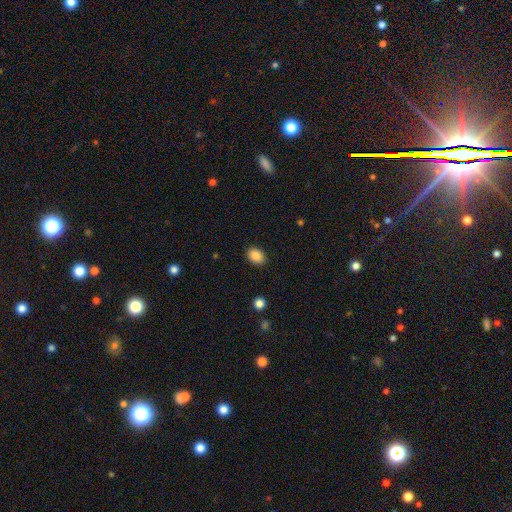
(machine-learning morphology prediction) smooth_or_featured: smooth (p=0.88) [alt: star or artifact p=0.08]
how_rounded: in between (p=0.69) [alt: round p=0.30]
merging: none (p=0.88) [alt: minor disturbance p=0.09]